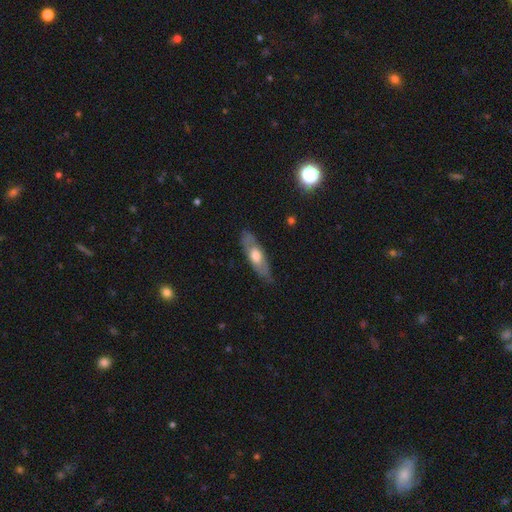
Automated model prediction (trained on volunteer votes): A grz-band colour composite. It shows a featured or disk galaxy (48%). Merging: none (77%).